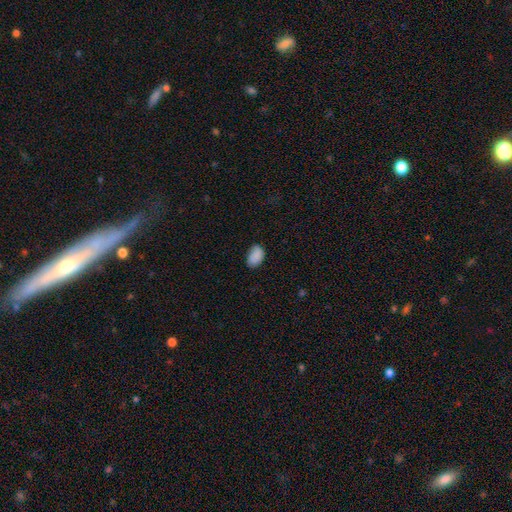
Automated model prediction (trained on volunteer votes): A smooth galaxy with no disk features (88%) that is in between round and cigar-shaped (89%). Merging: none (76%).